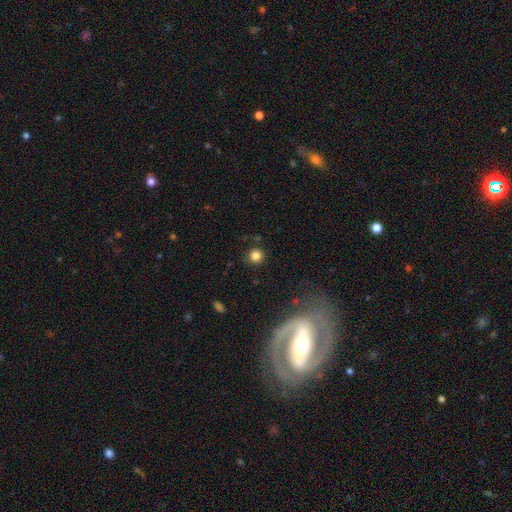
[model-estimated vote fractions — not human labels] Smooth or featured? Predicted: smooth (p=0.82). How rounded? Predicted: round (p=0.94). Merging? Predicted: none (p=0.88).